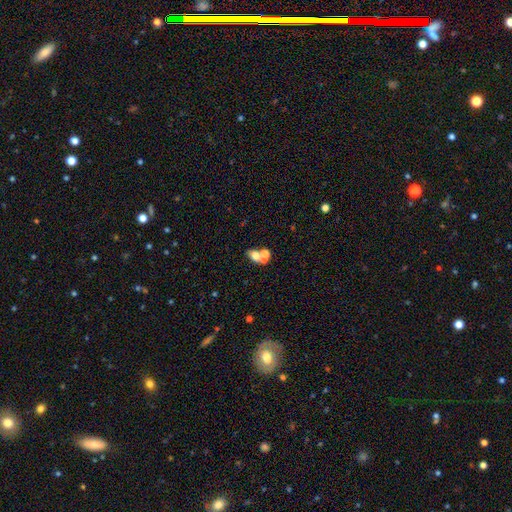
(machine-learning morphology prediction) Smooth or featured: smooth — 63% (featured or disk — 23%)
How rounded: in between — 69% (round — 29%)
Merging: merger — 55% (none — 32%)